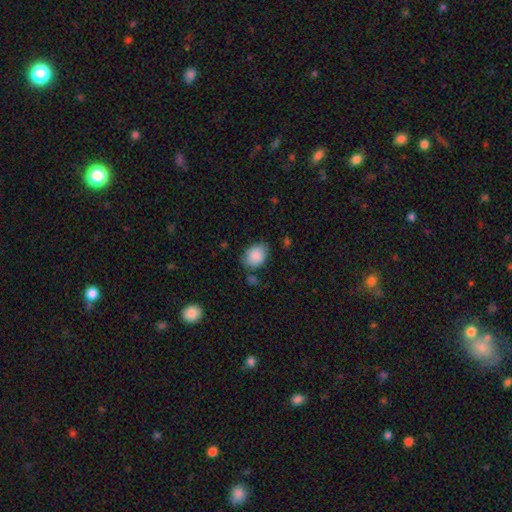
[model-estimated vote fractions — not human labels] The model was most divided on "how rounded": in between: 65%, round: 34%, cigar-shaped: 1%. More confident: smooth or featured — smooth (89%); merging — none (74%).